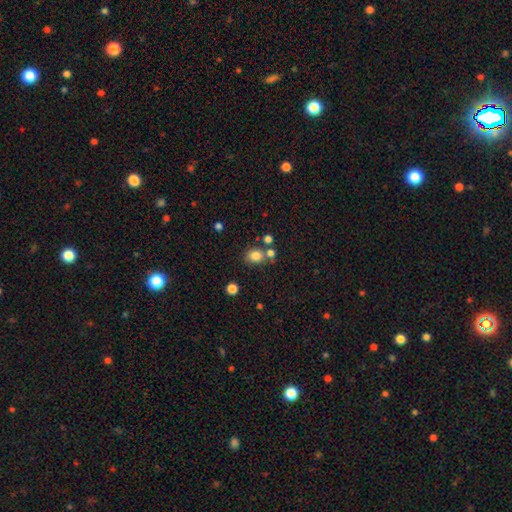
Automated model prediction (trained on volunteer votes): smooth 81%, star or artifact 13%, featured or disk 7%. Down the decision tree: how rounded — round (66%); merging — none (66%).